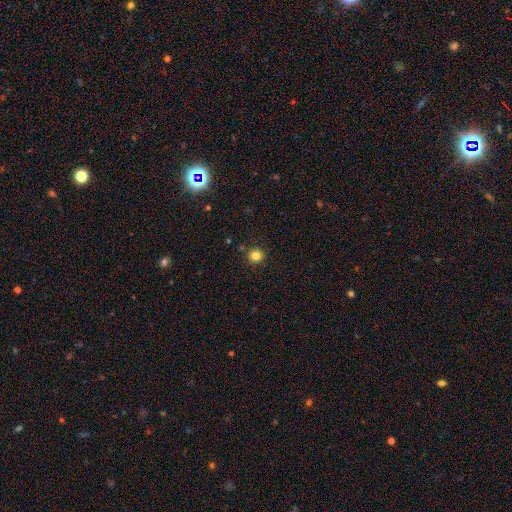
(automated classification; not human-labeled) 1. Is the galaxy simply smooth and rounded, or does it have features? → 82% smooth, 13% star or artifact, 5% featured or disk.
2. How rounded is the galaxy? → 94% round, 5% in between, 1% cigar-shaped.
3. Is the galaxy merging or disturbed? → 88% none, 7% minor disturbance, 3% merger, 2% major disturbance.